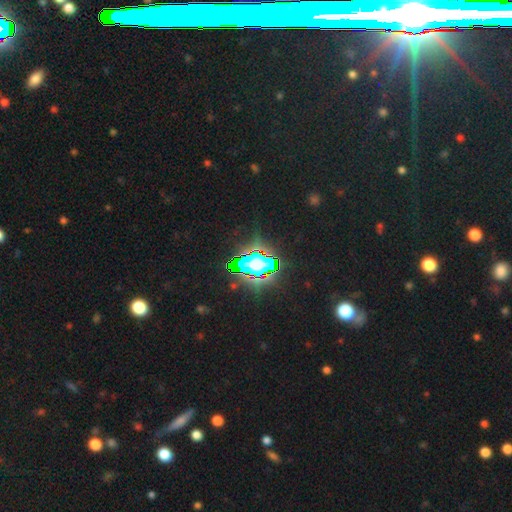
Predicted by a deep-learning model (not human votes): The model was most divided on "smooth or featured": star or artifact: 75%, smooth: 15%, featured or disk: 10%.